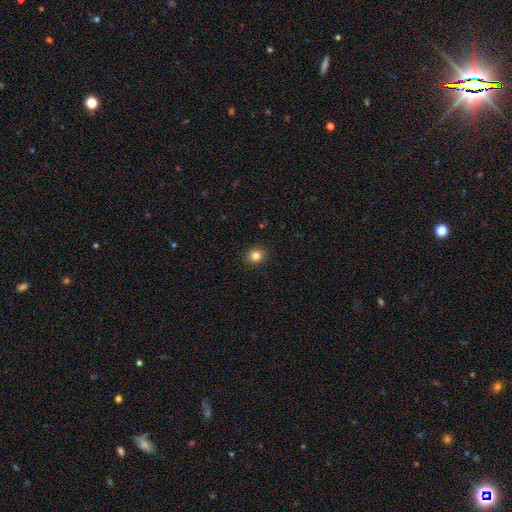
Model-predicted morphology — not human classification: Smooth or featured? Predicted: smooth (p=0.83). How rounded? Predicted: round (p=0.83). Merging? Predicted: none (p=0.92).